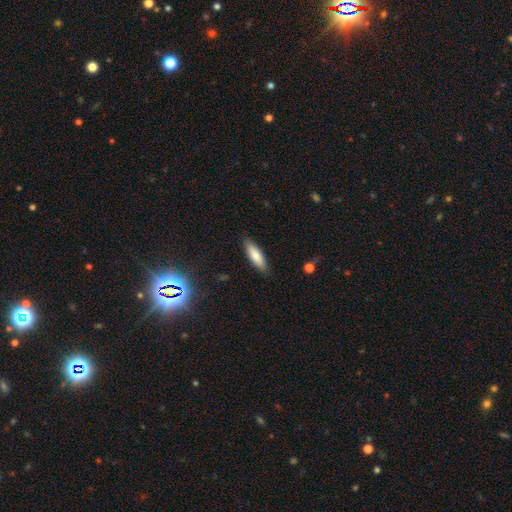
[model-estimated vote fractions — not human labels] smooth-or-featured: smooth: 76% | featured or disk: 17% | star or artifact: 7%
  how-rounded: cigar-shaped: 53% | in between: 45% | round: 2%
  merging: none: 87% | minor disturbance: 9% | major disturbance: 2% | merger: 1%